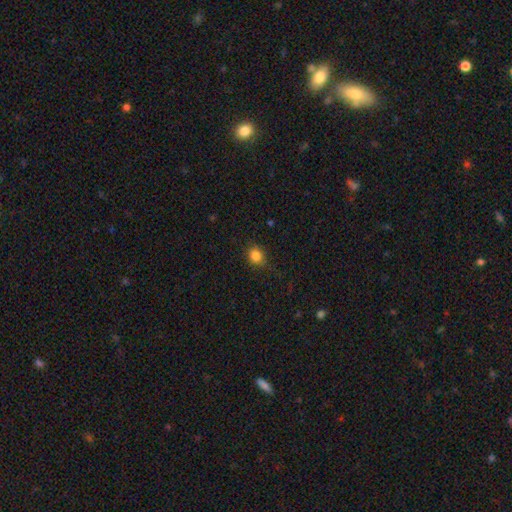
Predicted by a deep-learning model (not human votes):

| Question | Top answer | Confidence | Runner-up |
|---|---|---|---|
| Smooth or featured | smooth | 83% | star or artifact (12%) |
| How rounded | round | 72% | in between (27%) |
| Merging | none | 78% | minor disturbance (16%) |